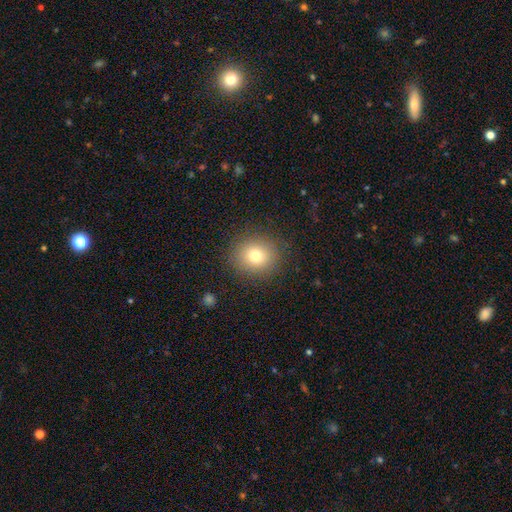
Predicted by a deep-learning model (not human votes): smooth 76%, star or artifact 13%, featured or disk 11%. Down the decision tree: how rounded — round (81%); merging — none (87%).